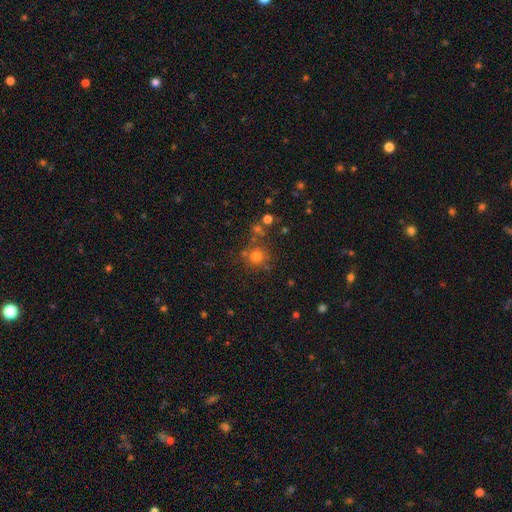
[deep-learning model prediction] Smooth or featured?
  - smooth: 64% *
  - star or artifact: 27%
  - featured or disk: 9%
How rounded?
  - round: 92% *
  - in between: 7%
  - cigar-shaped: 1%
Merging?
  - none: 74% *
  - merger: 12%
  - minor disturbance: 10%
  - major disturbance: 4%